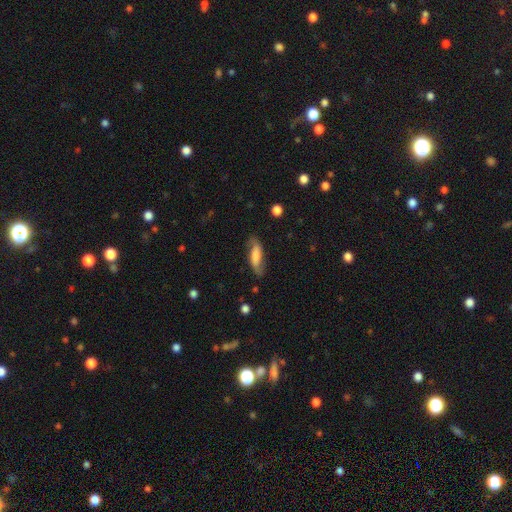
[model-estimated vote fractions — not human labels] Smooth or featured?
  - smooth: 53% *
  - featured or disk: 40%
  - star or artifact: 7%
How rounded?
  - in between: 51% *
  - cigar-shaped: 46%
  - round: 3%
Merging?
  - none: 72% *
  - minor disturbance: 20%
  - major disturbance: 7%
  - merger: 2%